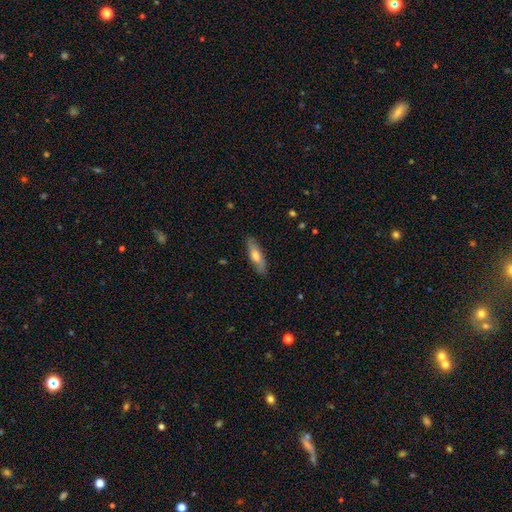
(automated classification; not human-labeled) smooth 61%, featured or disk 33%, star or artifact 6%. Down the decision tree: how rounded — cigar-shaped (59%); merging — none (84%).